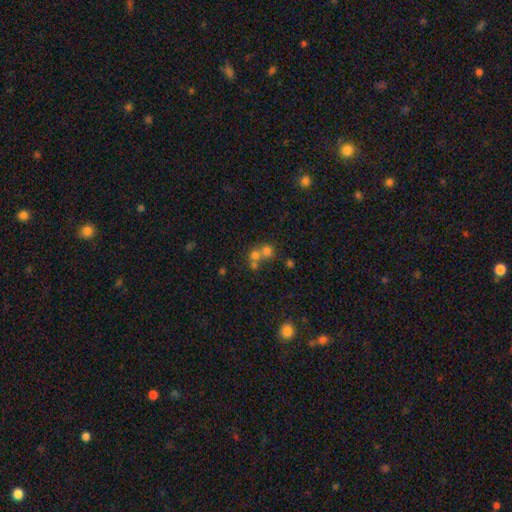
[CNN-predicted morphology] Overall: smooth (61%). How rounded: round (81%). Merging: merger (56%; none 35%).